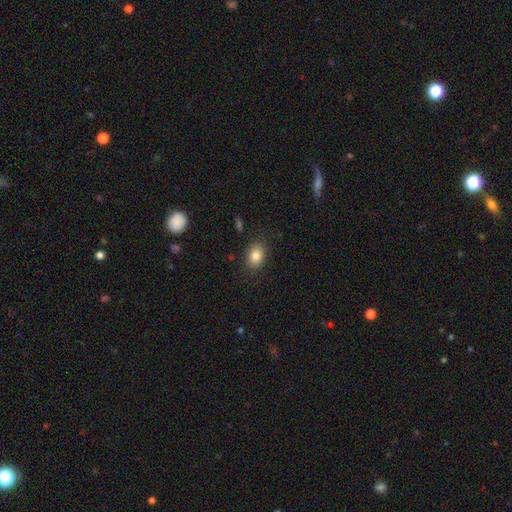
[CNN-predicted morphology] smooth-or-featured: smooth: 83% | star or artifact: 9% | featured or disk: 7%
  how-rounded: in between: 68% | round: 31% | cigar-shaped: 1%
  merging: none: 85% | minor disturbance: 11% | major disturbance: 3% | merger: 1%